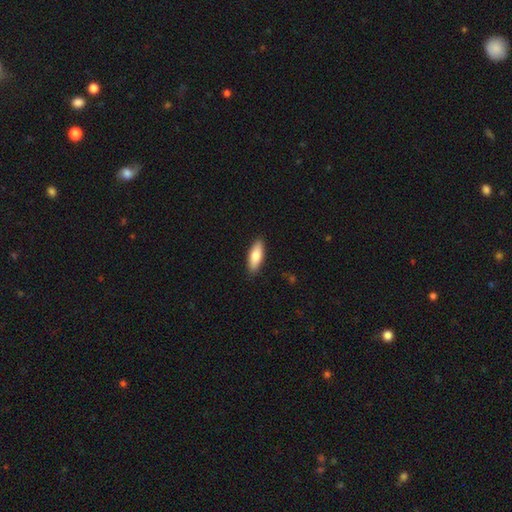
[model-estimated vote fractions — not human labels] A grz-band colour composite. It shows a smooth galaxy with no disk features (79%) that is in between round and cigar-shaped (66%). Merging: none (89%).